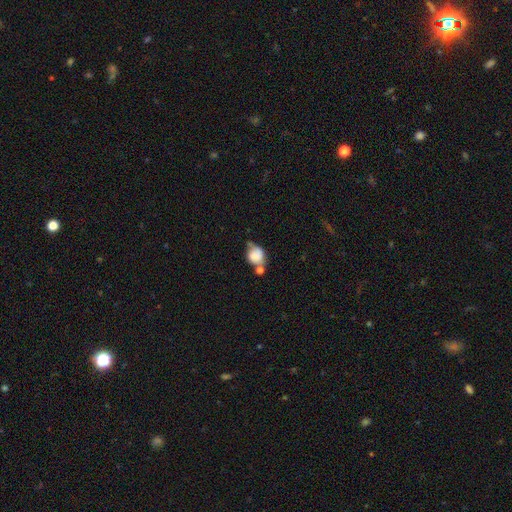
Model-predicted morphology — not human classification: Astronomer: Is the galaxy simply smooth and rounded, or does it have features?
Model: smooth — 77%.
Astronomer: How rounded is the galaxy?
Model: round — 64%.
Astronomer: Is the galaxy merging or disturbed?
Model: merger — 33% (runner-up: none, 32%).